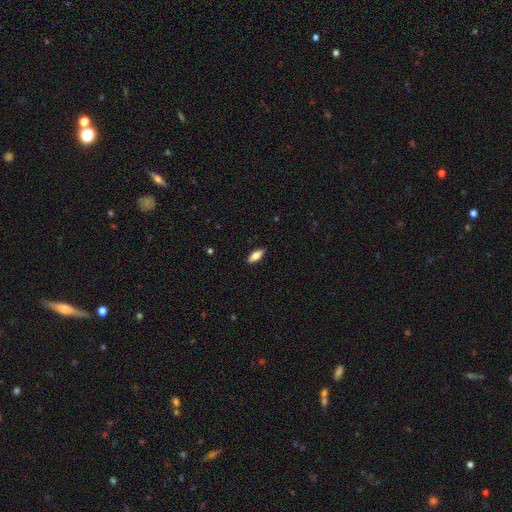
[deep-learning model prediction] A smooth galaxy with no disk features (76%) that is in between round and cigar-shaped (79%).

Vote fractions:
- Smooth or featured? smooth: 76% / featured or disk: 17% / star or artifact: 7%
- How rounded? in between: 79% / cigar-shaped: 19% / round: 2%
- Merging? none: 88% / minor disturbance: 9% / major disturbance: 2% / merger: 1%